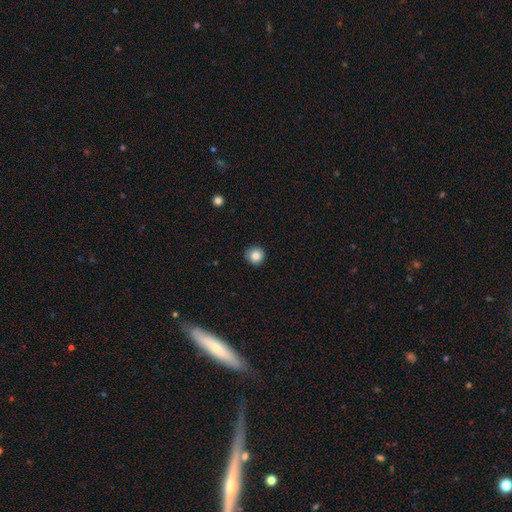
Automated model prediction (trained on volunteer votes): This appears to be a smooth galaxy with no disk features (85%) that is round (93%). Merging: none (86%).